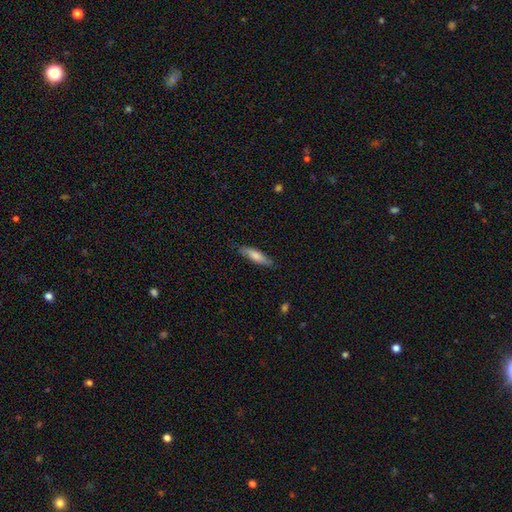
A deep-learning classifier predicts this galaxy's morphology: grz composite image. It shows a smooth galaxy with no disk features (70%) that is cigar-shaped (65%). Merging: none (79%).